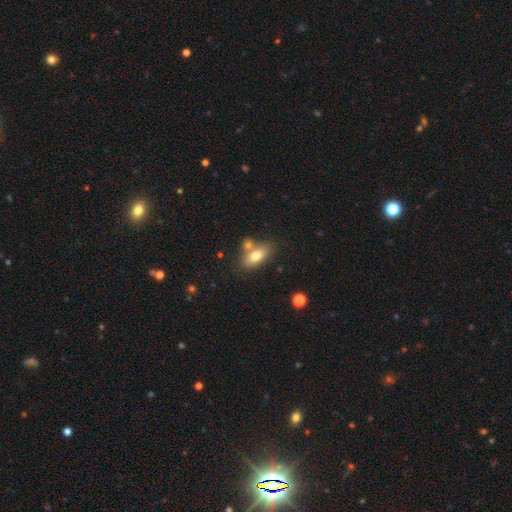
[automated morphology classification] A smooth galaxy with no disk features (74%) that is in between round and cigar-shaped (83%). Merging: none (62%).